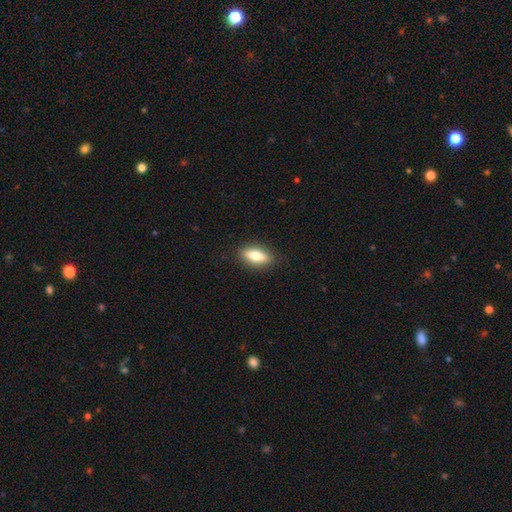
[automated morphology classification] smooth-or-featured: smooth: 65% | featured or disk: 29% | star or artifact: 7%
  how-rounded: in between: 68% | cigar-shaped: 28% | round: 4%
  merging: none: 88% | minor disturbance: 9% | major disturbance: 2% | merger: 1%